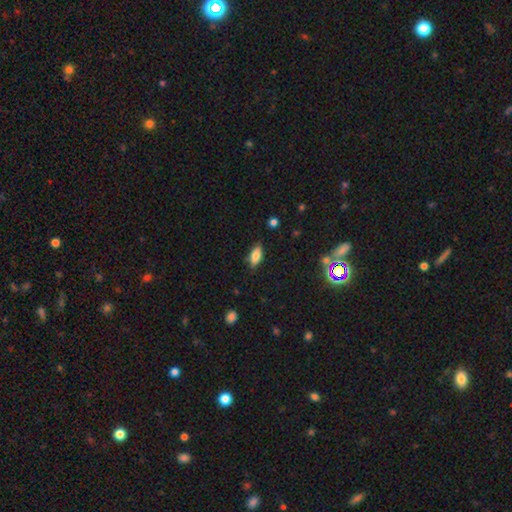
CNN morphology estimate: The model was most divided on "smooth or featured": smooth: 72%, featured or disk: 19%, star or artifact: 9%. More confident: merging — none (82%); how rounded — in between (79%).